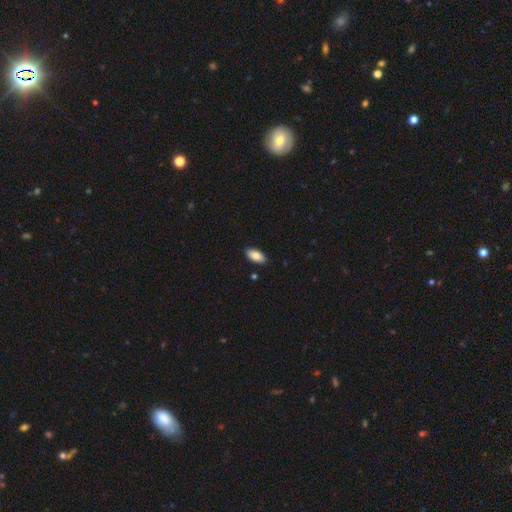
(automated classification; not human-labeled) This is clearly a smooth galaxy (85%). How rounded: clearly in between (92%). Merging: clearly none (89%).